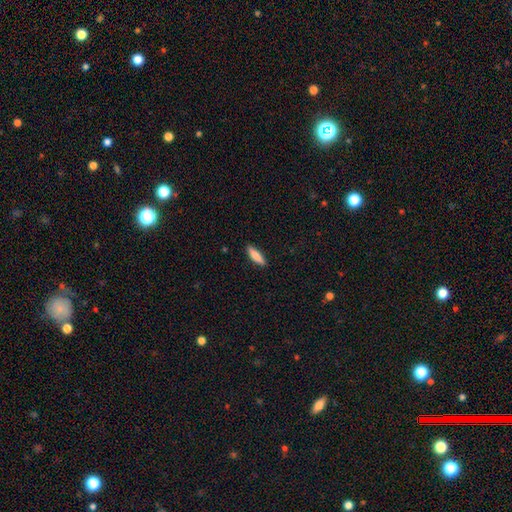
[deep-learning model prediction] Smooth or featured? smooth (84%)
How rounded? cigar-shaped (61%)
Merging? none (89%)